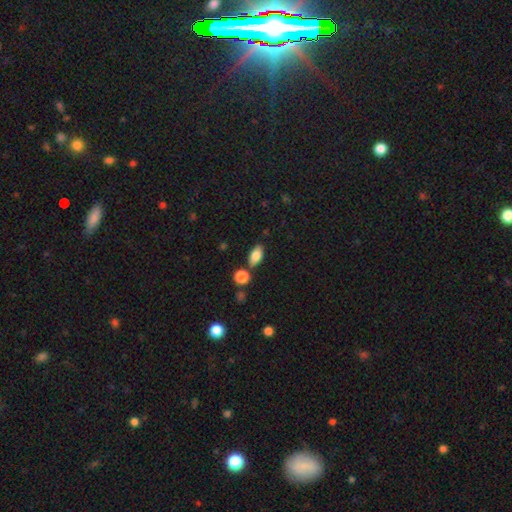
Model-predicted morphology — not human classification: This appears to be a smooth galaxy with no disk features (83%) that is in between round and cigar-shaped (88%). Merging: none (75%).